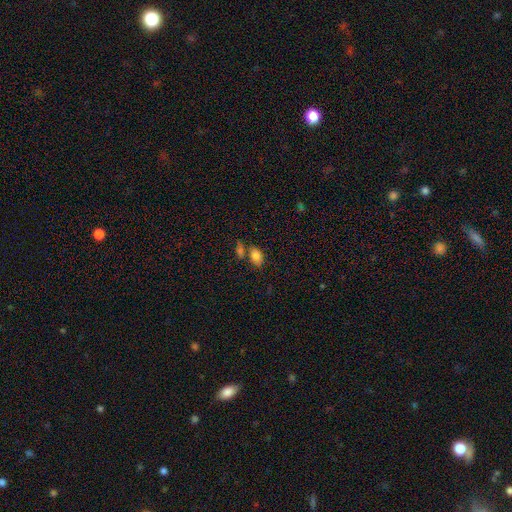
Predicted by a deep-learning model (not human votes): Q: Smooth or featured?
A: smooth (82%); runner-up: featured or disk (9%)
Q: How rounded?
A: in between (87%); runner-up: round (11%)
Q: Merging?
A: none (58%); runner-up: merger (24%)